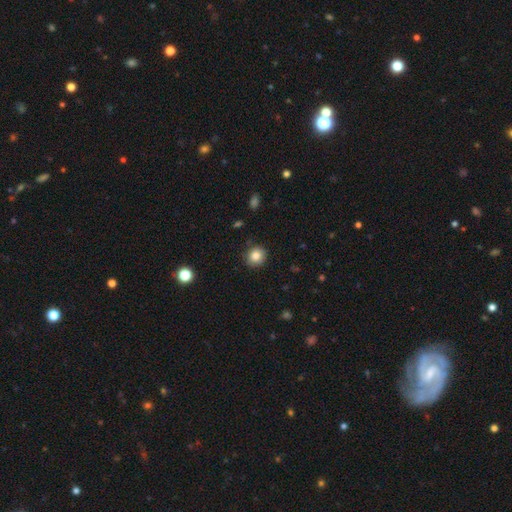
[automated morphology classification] Smooth or featured?
  - smooth: 83% *
  - star or artifact: 10%
  - featured or disk: 7%
How rounded?
  - round: 84% *
  - in between: 15%
  - cigar-shaped: 1%
Merging?
  - none: 87% *
  - minor disturbance: 10%
  - major disturbance: 2%
  - merger: 1%